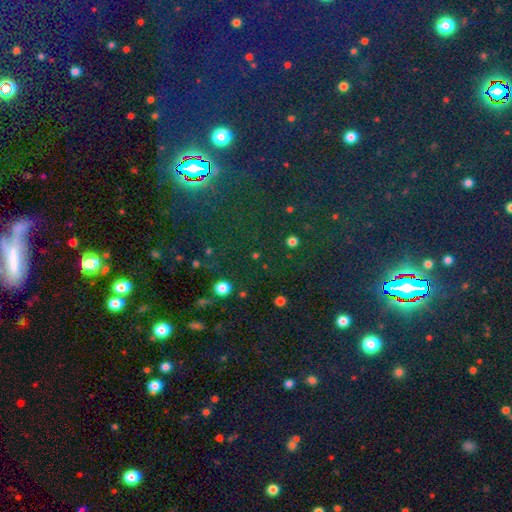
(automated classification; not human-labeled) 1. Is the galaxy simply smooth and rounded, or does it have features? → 69% star or artifact, 23% smooth, 8% featured or disk.